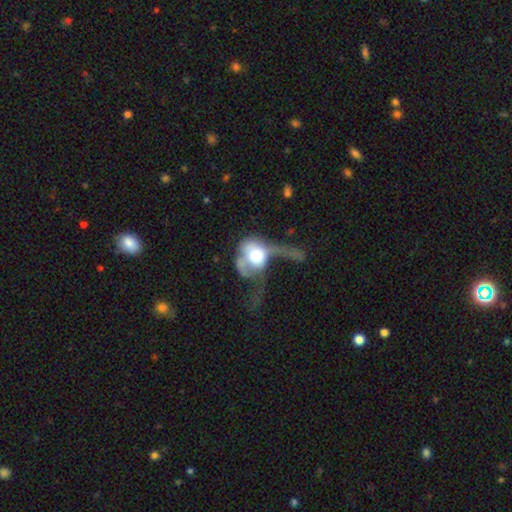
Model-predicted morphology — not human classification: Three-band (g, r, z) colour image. It shows a smooth galaxy with no disk features (51%) that is round (56%). Merging: major disturbance (63%).